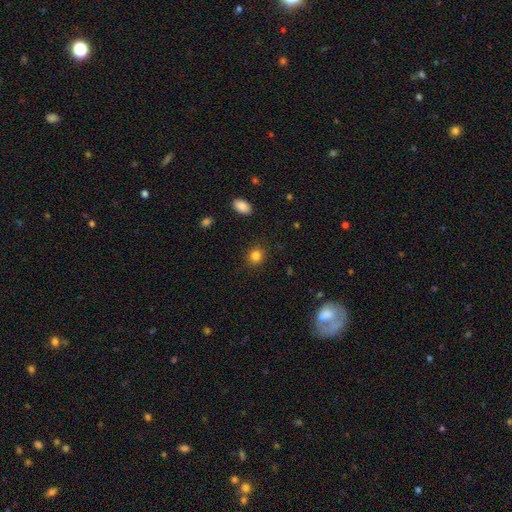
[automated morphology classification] Smooth or featured?
  - smooth: 84% *
  - star or artifact: 11%
  - featured or disk: 4%
How rounded?
  - round: 80% *
  - in between: 19%
  - cigar-shaped: 1%
Merging?
  - none: 89% *
  - minor disturbance: 7%
  - major disturbance: 2%
  - merger: 1%